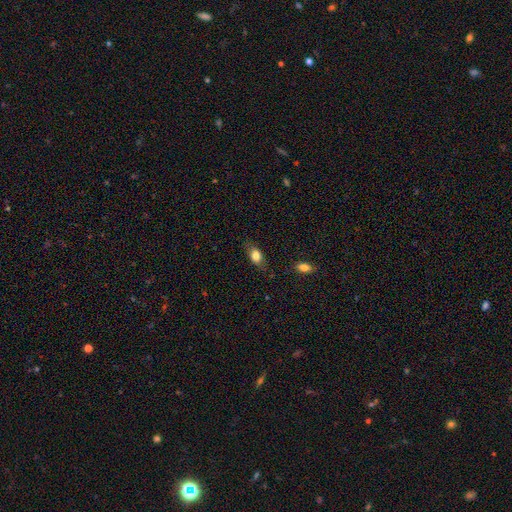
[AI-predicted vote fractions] This appears to be a smooth galaxy with no disk features (78%) that is in between round and cigar-shaped (81%). Merging: none (76%).